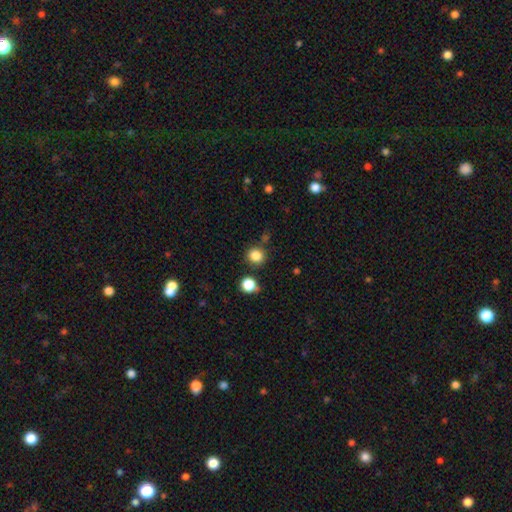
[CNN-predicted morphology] Smooth or featured?
  - smooth: 84% *
  - star or artifact: 12%
  - featured or disk: 4%
How rounded?
  - round: 89% *
  - in between: 10%
  - cigar-shaped: 1%
Merging?
  - none: 82% *
  - minor disturbance: 9%
  - merger: 6%
  - major disturbance: 3%